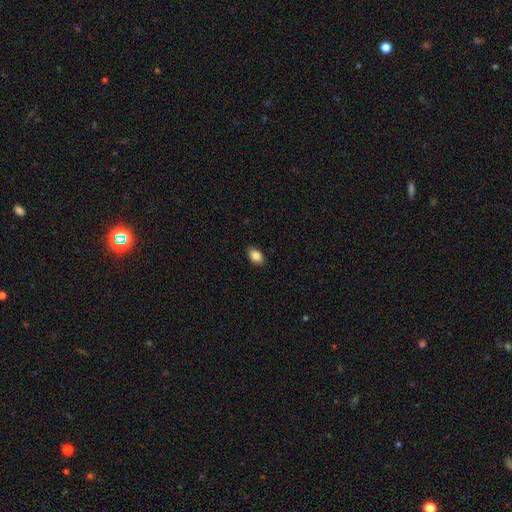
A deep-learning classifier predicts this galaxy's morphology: Overall: smooth (87%). How rounded: in between (89%). Merging: none (88%).